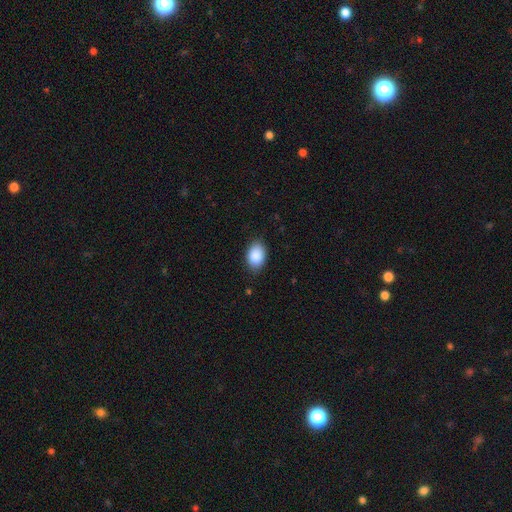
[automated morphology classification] Smooth or featured?
  - smooth: 89% *
  - star or artifact: 7%
  - featured or disk: 4%
How rounded?
  - in between: 87% *
  - round: 12%
  - cigar-shaped: 1%
Merging?
  - none: 86% *
  - minor disturbance: 11%
  - major disturbance: 2%
  - merger: 1%